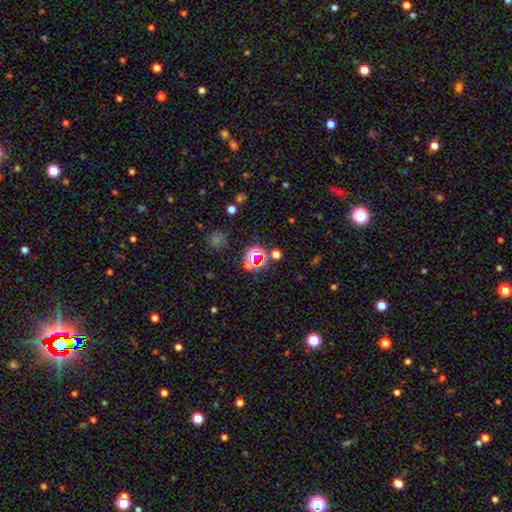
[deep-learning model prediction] star or artifact 59%, smooth 31%, featured or disk 10%.